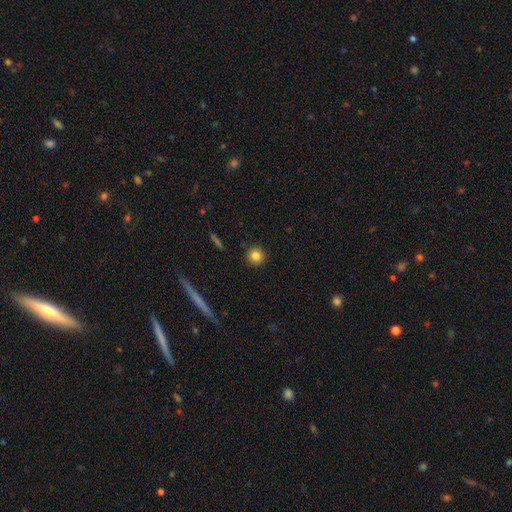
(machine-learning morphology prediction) Smooth or featured?
  - smooth: 82% *
  - star or artifact: 10%
  - featured or disk: 8%
How rounded?
  - round: 94% *
  - in between: 5%
  - cigar-shaped: 1%
Merging?
  - none: 92% *
  - minor disturbance: 5%
  - major disturbance: 2%
  - merger: 1%